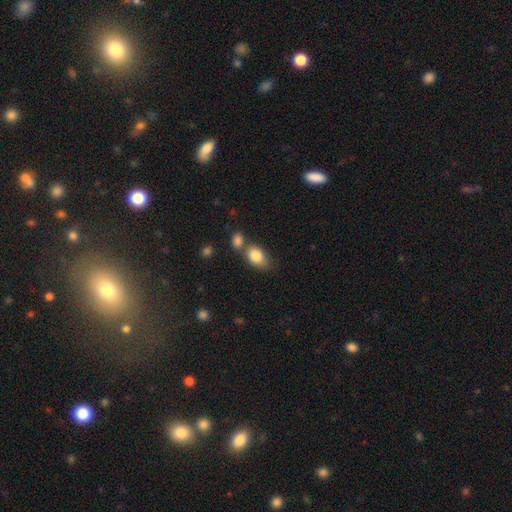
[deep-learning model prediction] Q: Smooth or featured?
A: smooth (83%); runner-up: featured or disk (9%)
Q: How rounded?
A: in between (81%); runner-up: round (17%)
Q: Merging?
A: none (46%); runner-up: merger (35%)